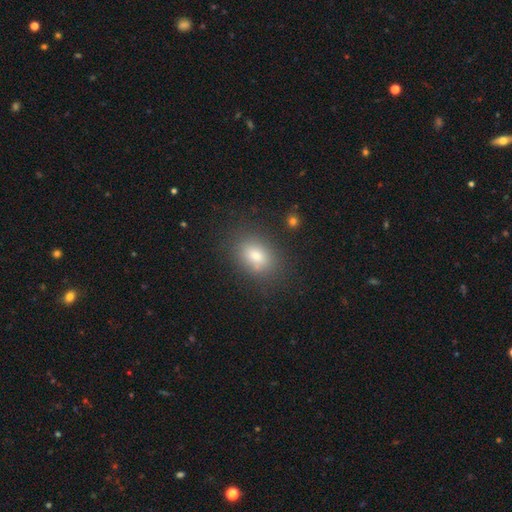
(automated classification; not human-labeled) Overall: smooth (78%). How rounded: in between (78%). Merging: none (79%).